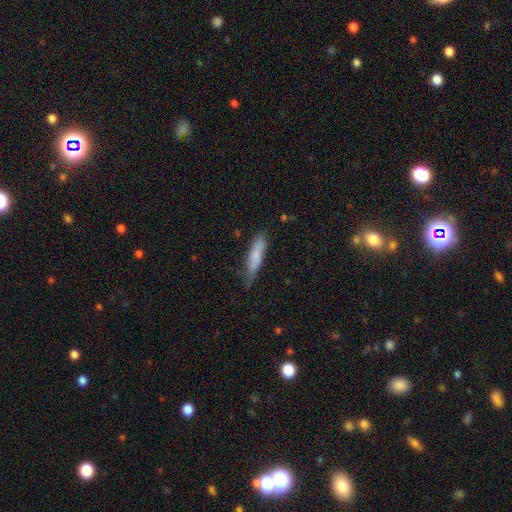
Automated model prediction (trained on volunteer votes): Smooth or featured? smooth (73%)
How rounded? cigar-shaped (72%)
Merging? none (64%)